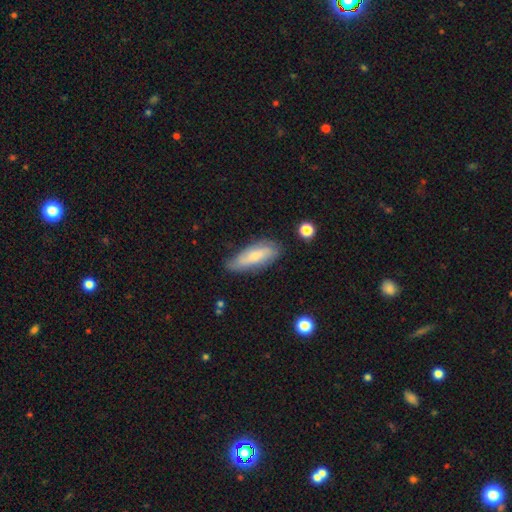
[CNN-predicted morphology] Smooth or featured: smooth — 66% (featured or disk — 27%)
How rounded: in between — 62% (cigar-shaped — 35%)
Merging: none — 65% (minor disturbance — 26%)